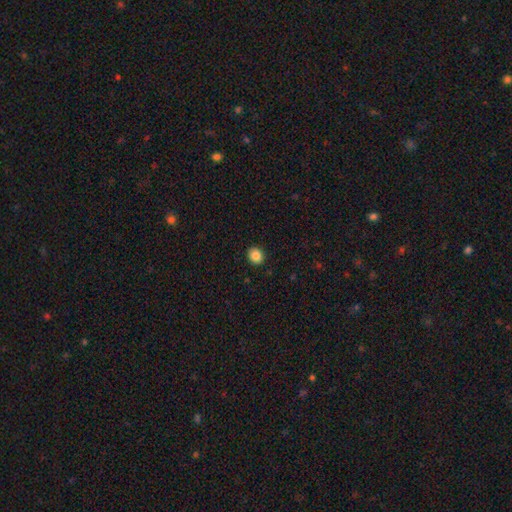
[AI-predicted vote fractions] This is clearly a smooth galaxy (86%). How rounded: likely round (78%). Merging: clearly none (92%).